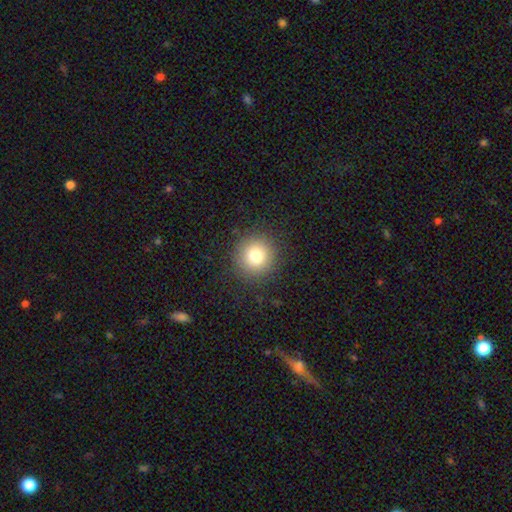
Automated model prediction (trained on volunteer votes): smooth 80%, star or artifact 12%, featured or disk 8%. Down the decision tree: how rounded — round (95%); merging — none (90%).